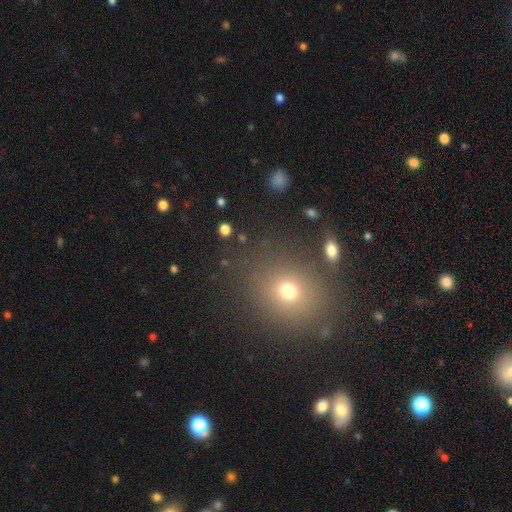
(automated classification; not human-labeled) smooth 56%, star or artifact 34%, featured or disk 10%. Down the decision tree: how rounded — round (69%); merging — none (87%).